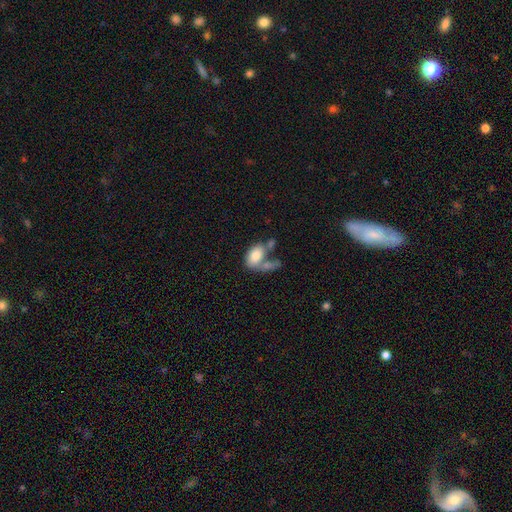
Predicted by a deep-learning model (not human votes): Morphology: type=smooth (79%); roundness=in between (90%); merging=merger (48%).